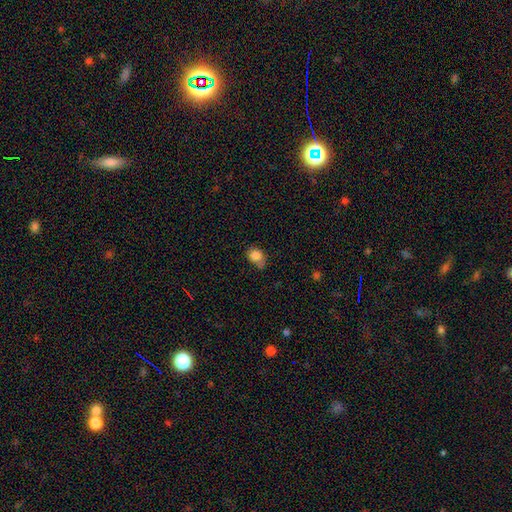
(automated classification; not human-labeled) A smooth galaxy with no disk features (83%) that is round (56%). Merging: none (45%).